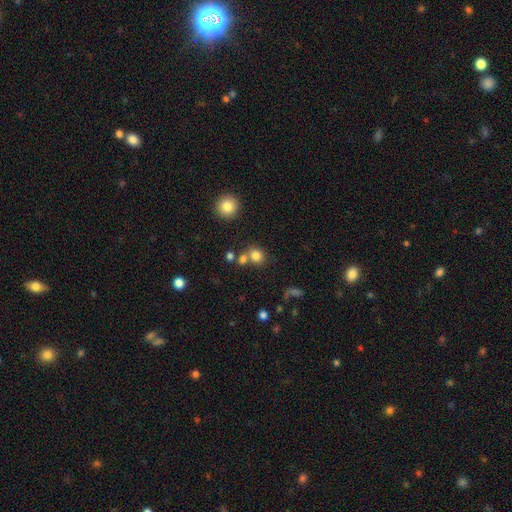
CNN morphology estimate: type=smooth (79%); roundness=round (78%); merging=none (58%).